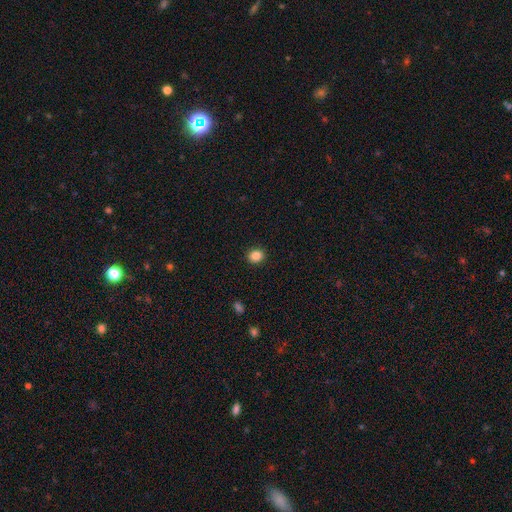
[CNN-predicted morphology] This appears to be a smooth galaxy with no disk features (85%) that is round (78%). Merging: none (92%).